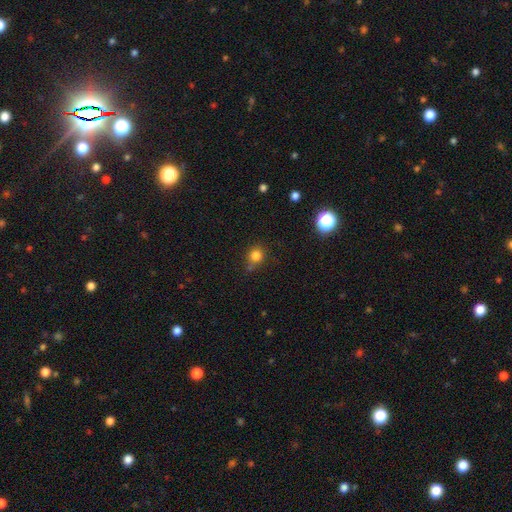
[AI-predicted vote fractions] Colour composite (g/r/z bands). It shows a smooth galaxy with no disk features (81%) that is round (85%). Merging: none (73%).